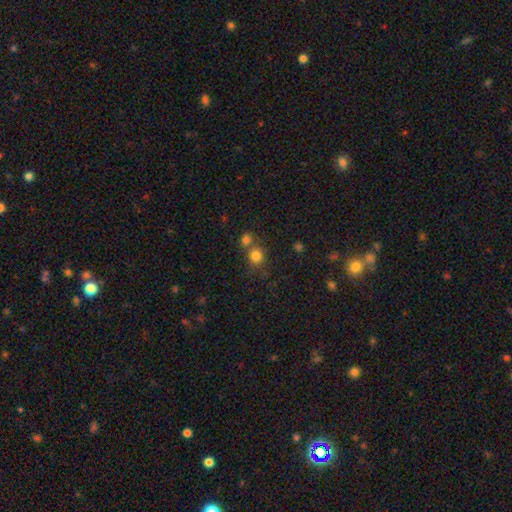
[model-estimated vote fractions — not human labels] Morphology: type=smooth (80%); roundness=round (82%); merging=none (56%).